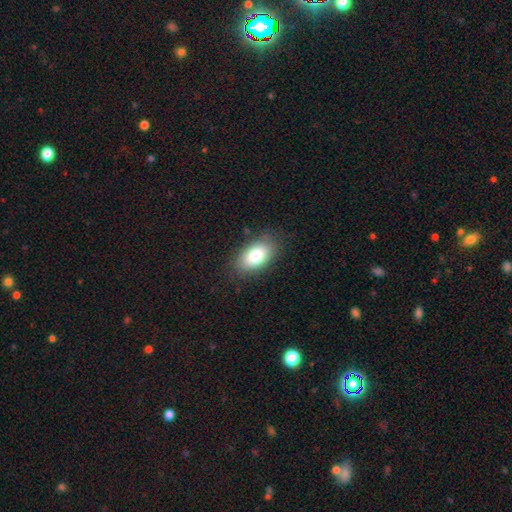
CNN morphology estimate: A smooth galaxy with no disk features (78%) that is in between round and cigar-shaped (91%).

Vote fractions:
- Smooth or featured? smooth: 78% / featured or disk: 14% / star or artifact: 8%
- How rounded? in between: 91% / round: 7% / cigar-shaped: 2%
- Merging? none: 82% / minor disturbance: 13% / major disturbance: 4% / merger: 1%